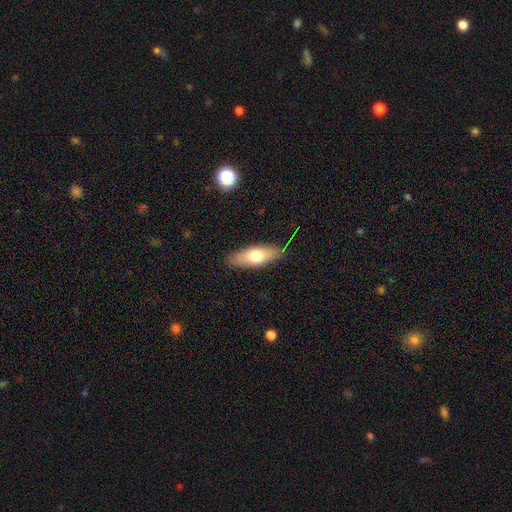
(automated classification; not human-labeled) This is likely a smooth galaxy (64%). How rounded: likely in between (63%). Merging: clearly none (83%).